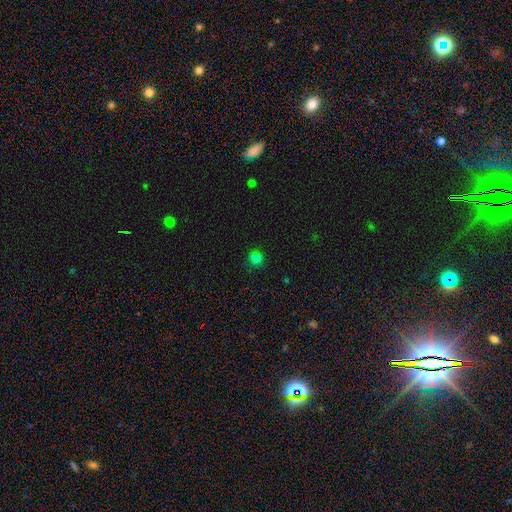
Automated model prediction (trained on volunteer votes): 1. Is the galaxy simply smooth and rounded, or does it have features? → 75% smooth, 21% star or artifact, 4% featured or disk.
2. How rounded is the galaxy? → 84% round, 15% in between, 1% cigar-shaped.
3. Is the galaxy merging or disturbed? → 82% none, 12% minor disturbance, 4% major disturbance, 2% merger.